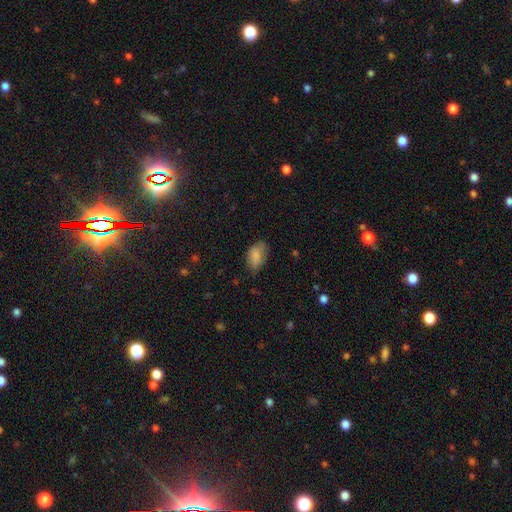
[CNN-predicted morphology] This is clearly a smooth galaxy (84%). How rounded: clearly in between (91%). Merging: likely none (66%).